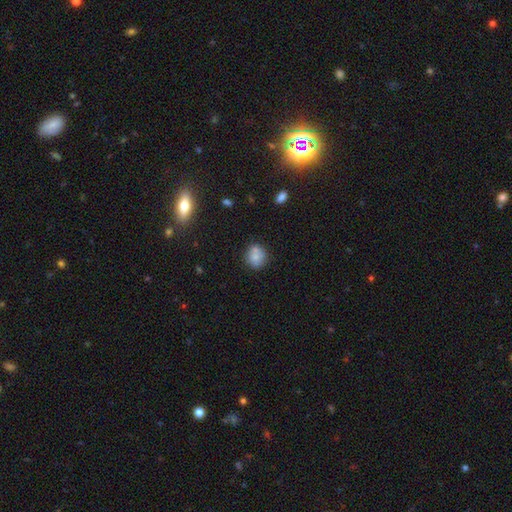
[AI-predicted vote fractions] Smooth or featured? smooth (75%)
How rounded? round (76%)
Merging? none (61%)